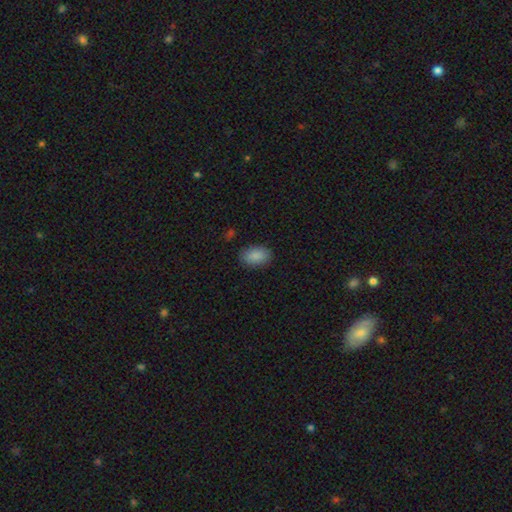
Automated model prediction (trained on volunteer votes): A smooth galaxy with no disk features (89%) that is in between round and cigar-shaped (90%). Merging: none (86%).